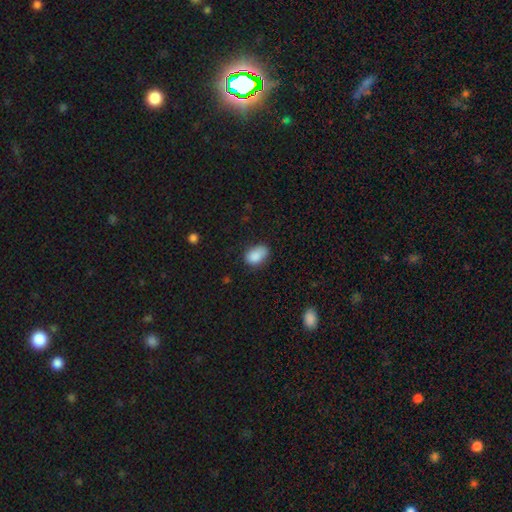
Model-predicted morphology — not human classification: The model was most divided on "merging": none: 61%, minor disturbance: 30%, major disturbance: 6%, merger: 2%. More confident: how rounded — in between (87%); smooth or featured — smooth (87%).